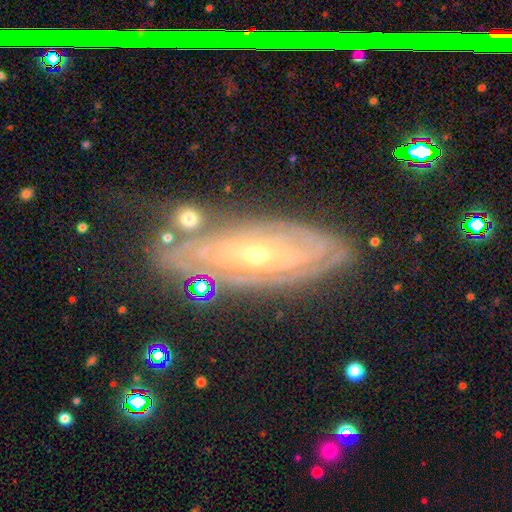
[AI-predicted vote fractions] smooth_or_featured: featured or disk (p=0.74) [alt: smooth p=0.14]
disk_edge_on: no (p=0.77) [alt: yes p=0.23]
bar: no (p=0.58) [alt: weak p=0.30]
has_spiral_arms: yes (p=0.83) [alt: no p=0.17]
bulge_size: small (p=0.61) [alt: moderate p=0.36]
merging: none (p=0.78) [alt: minor disturbance p=0.15]